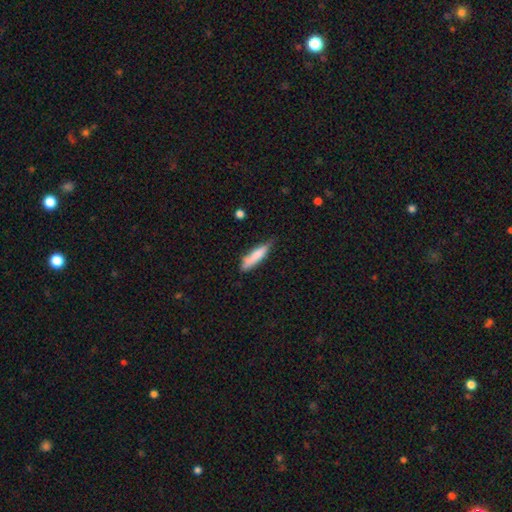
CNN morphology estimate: This is likely a smooth galaxy (76%). How rounded: likely cigar-shaped (76%). Merging: likely none (61%).